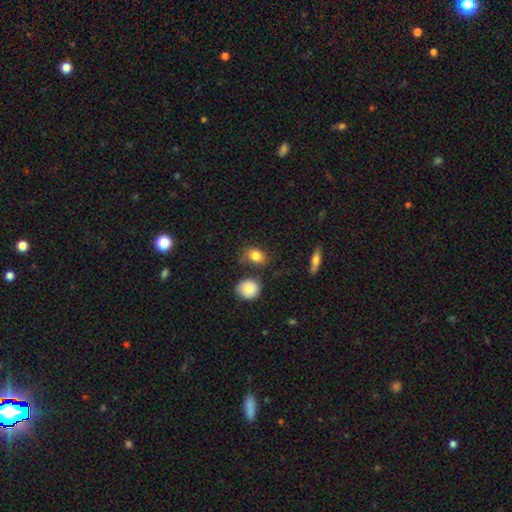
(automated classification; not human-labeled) The model was most divided on "merging": none: 65%, minor disturbance: 21%, merger: 8%, major disturbance: 6%. More confident: smooth or featured — smooth (83%); how rounded — in between (74%).